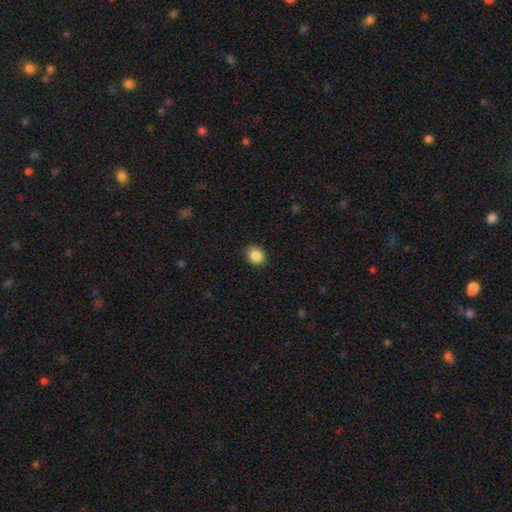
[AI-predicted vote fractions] This is clearly a smooth galaxy (88%). How rounded: likely round (64%). Merging: clearly none (87%).